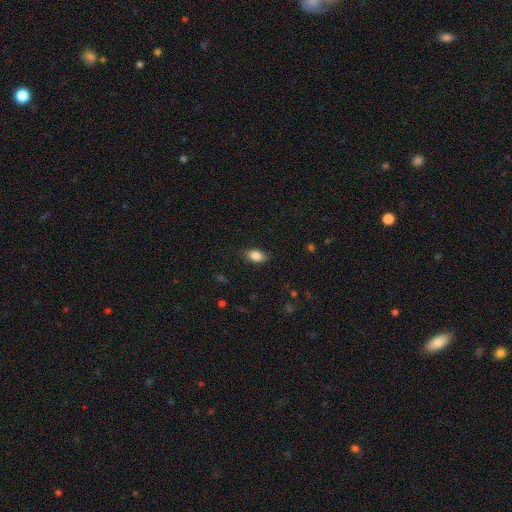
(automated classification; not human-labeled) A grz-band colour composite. It shows a smooth galaxy with no disk features (87%) that is in between round and cigar-shaped (88%). Merging: none (84%).